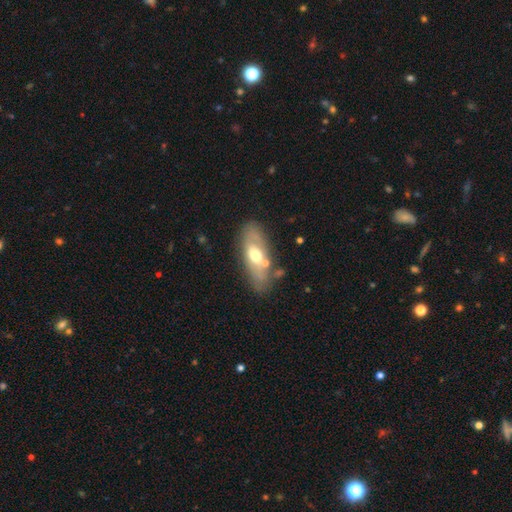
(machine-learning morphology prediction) A featured or disk galaxy (48%). Merging: none (70%).